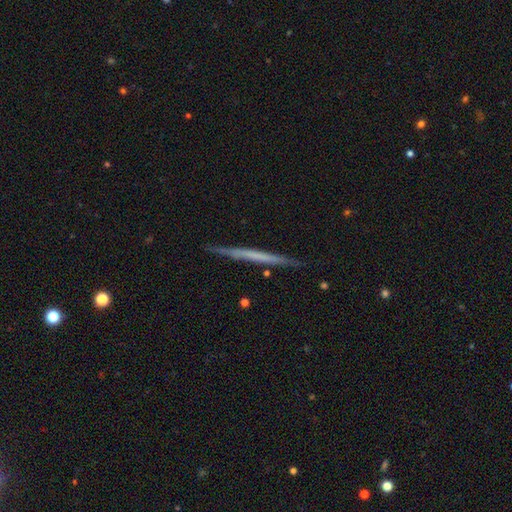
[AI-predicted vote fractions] A featured or disk galaxy (57%) viewed edge-on (97%) with no central bulge (91%). Merging: none (89%).